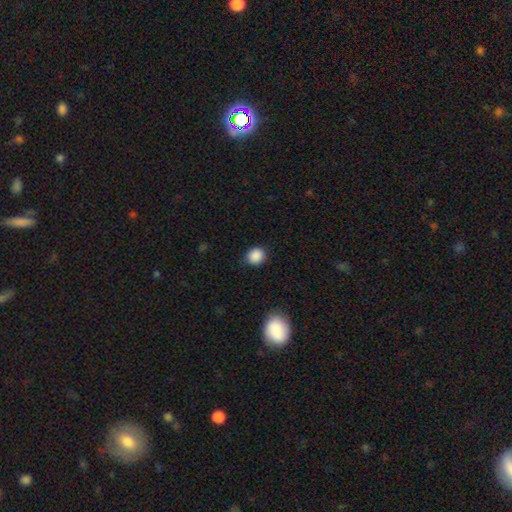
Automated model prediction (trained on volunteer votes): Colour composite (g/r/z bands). It shows a smooth galaxy with no disk features (88%) that is round (82%). Merging: none (87%).